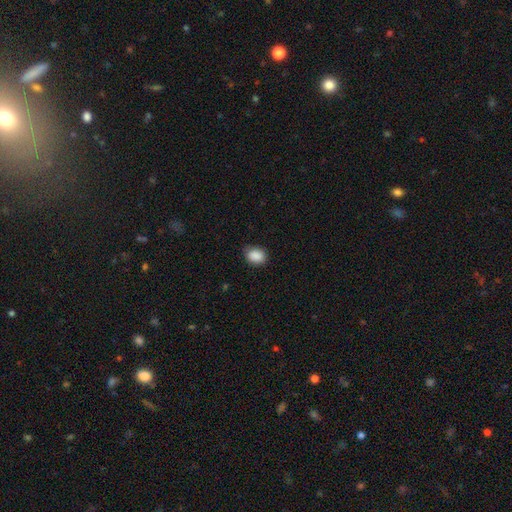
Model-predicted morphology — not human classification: This is clearly a smooth galaxy (89%). How rounded: likely in between (63%). Merging: clearly none (81%).